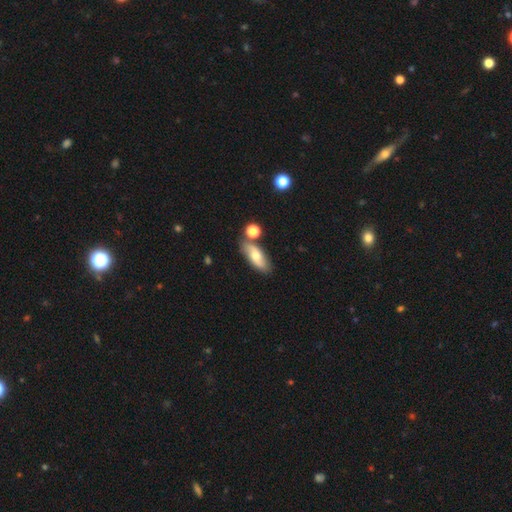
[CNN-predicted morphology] smooth-or-featured: smooth: 53% | featured or disk: 39% | star or artifact: 8%
  how-rounded: in between: 74% | cigar-shaped: 21% | round: 5%
  merging: none: 72% | minor disturbance: 13% | merger: 11% | major disturbance: 3%